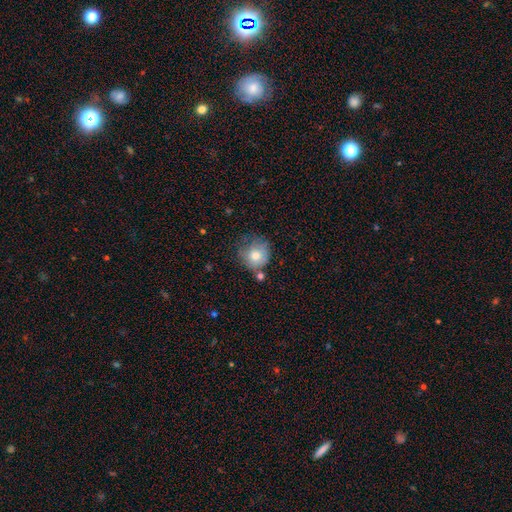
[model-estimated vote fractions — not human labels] Overall: smooth (75%). How rounded: round (86%). Merging: none (57%; minor disturbance 25%).